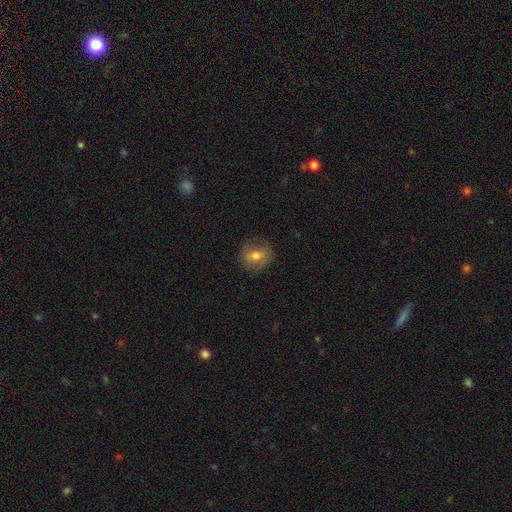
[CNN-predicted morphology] Q: Smooth or featured?
A: smooth (66%); runner-up: featured or disk (24%)
Q: How rounded?
A: round (70%); runner-up: in between (29%)
Q: Merging?
A: none (80%); runner-up: minor disturbance (14%)